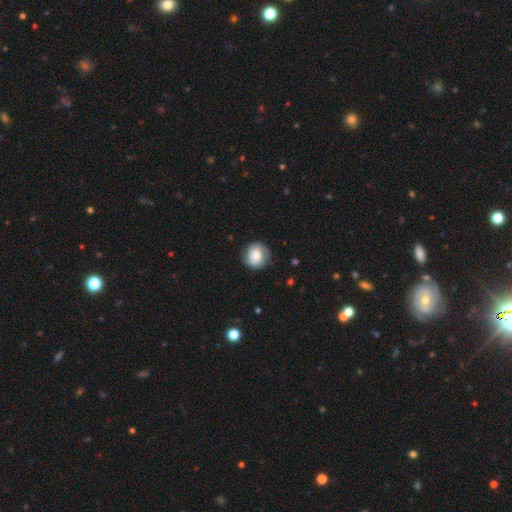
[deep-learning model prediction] The model was most divided on "smooth or featured": smooth: 58%, featured or disk: 34%, star or artifact: 8%. More confident: how rounded — round (88%); merging — none (78%).